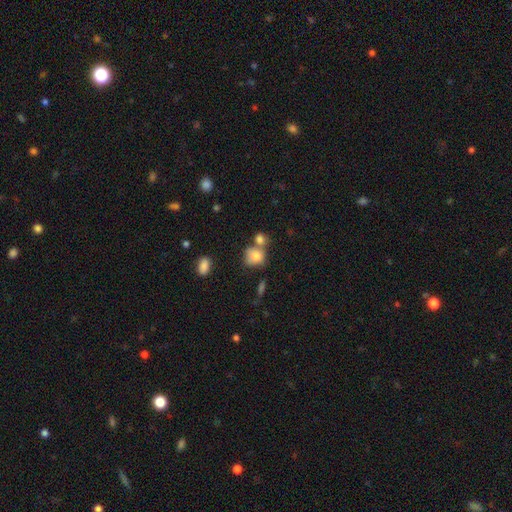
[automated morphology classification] Smooth or featured? smooth (79%)
How rounded? round (68%)
Merging? none (42%)